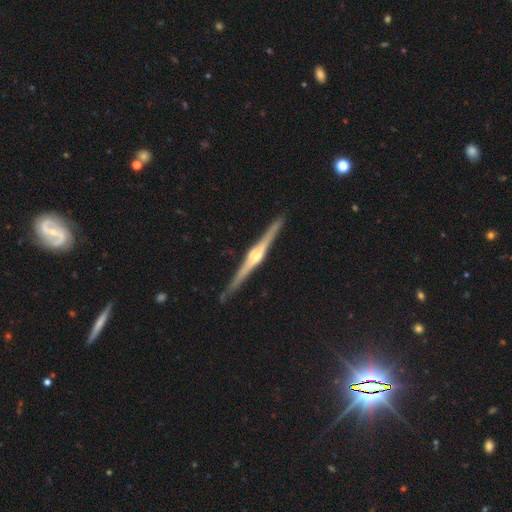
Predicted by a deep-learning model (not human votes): Morphology: type=featured or disk (88%); edge-on=yes (99%); edge-on bulge=rounded (86%); merging=none (91%).